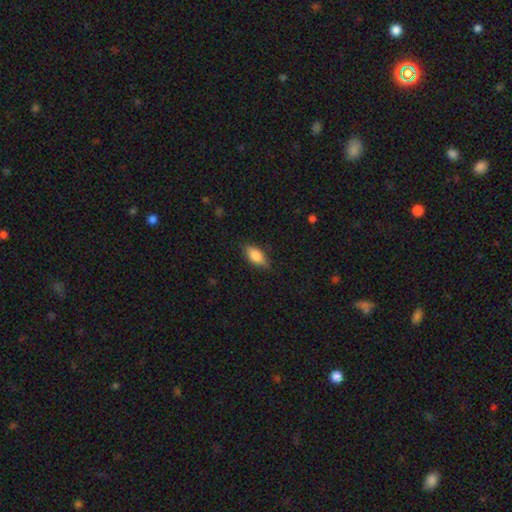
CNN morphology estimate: Smooth or featured? Predicted: smooth (p=0.81). How rounded? Predicted: in between (p=0.84). Merging? Predicted: none (p=0.80).